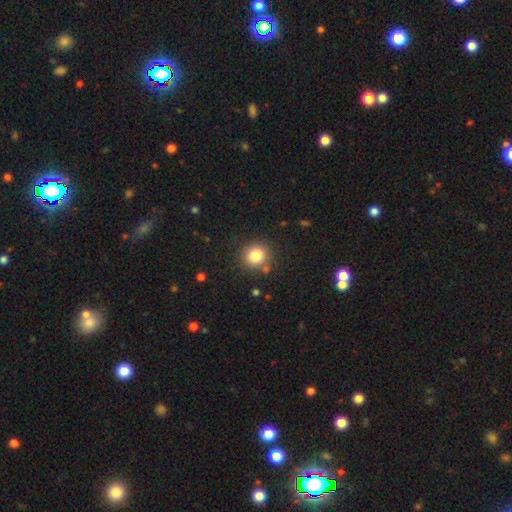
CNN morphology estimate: smooth 81%, star or artifact 12%, featured or disk 7%. Down the decision tree: how rounded — round (89%); merging — none (84%).